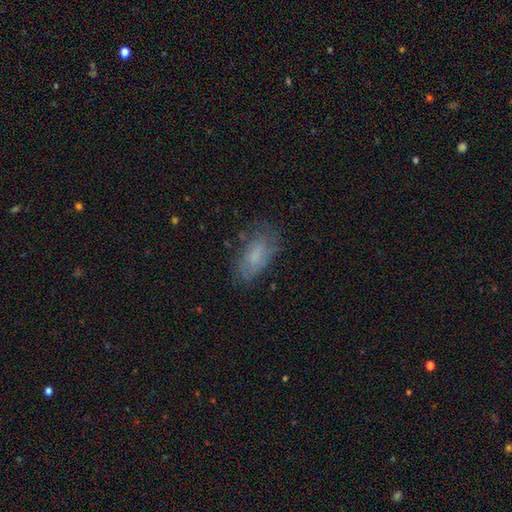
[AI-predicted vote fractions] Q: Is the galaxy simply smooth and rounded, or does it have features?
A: smooth — 61%.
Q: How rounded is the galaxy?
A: in between — 87%.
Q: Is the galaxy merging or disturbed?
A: none — 65%.